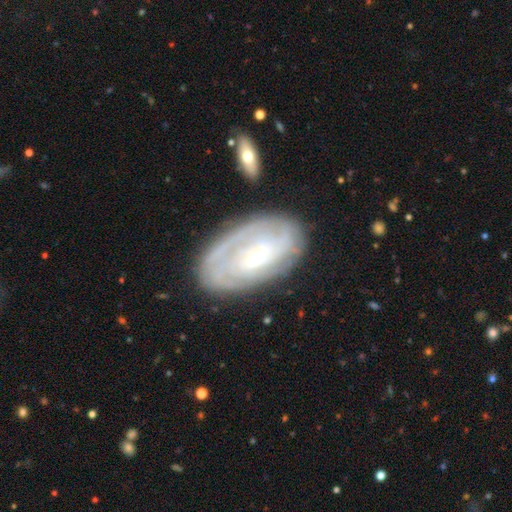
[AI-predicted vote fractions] smooth_or_featured: featured or disk (p=0.73) [alt: smooth p=0.20]
disk_edge_on: no (p=0.94) [alt: yes p=0.06]
bar: weak (p=0.48) [alt: no p=0.34]
has_spiral_arms: yes (p=0.83) [alt: no p=0.17]
spiral_winding: tight (p=0.70) [alt: medium p=0.22]
spiral_arm_count: can't tell (p=0.56) [alt: 2 p=0.19]
bulge_size: small (p=0.64) [alt: moderate p=0.29]
merging: none (p=0.74) [alt: minor disturbance p=0.18]